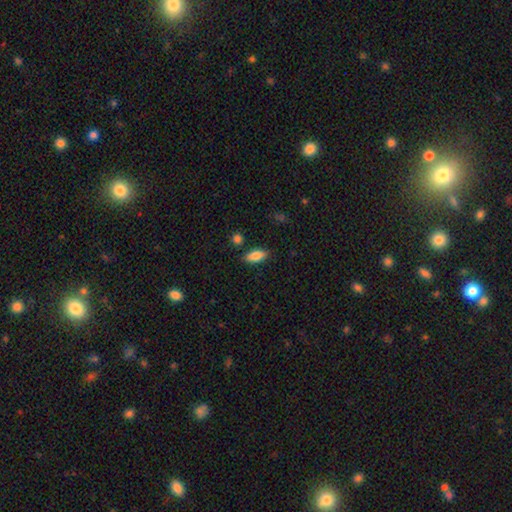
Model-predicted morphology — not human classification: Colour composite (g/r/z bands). It shows a smooth galaxy with no disk features (84%) that is in between round and cigar-shaped (86%). Merging: none (84%).